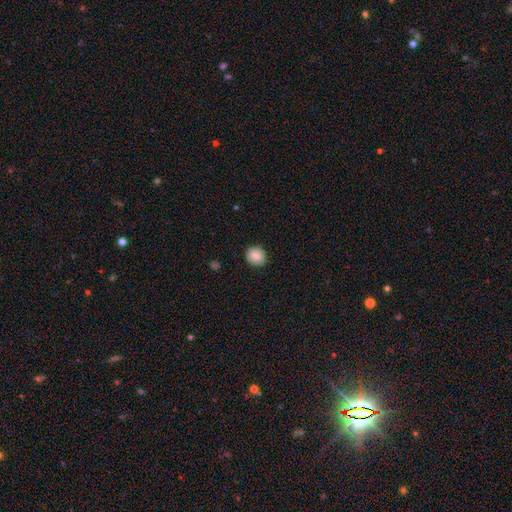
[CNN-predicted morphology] type=smooth (84%); roundness=round (85%); merging=none (89%).